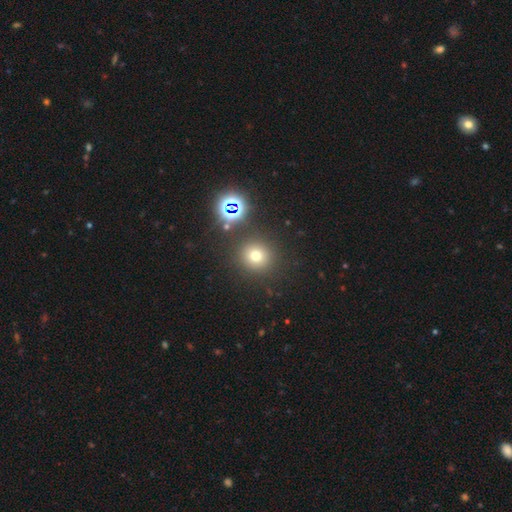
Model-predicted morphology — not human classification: type=smooth (69%); roundness=round (92%); merging=none (86%).